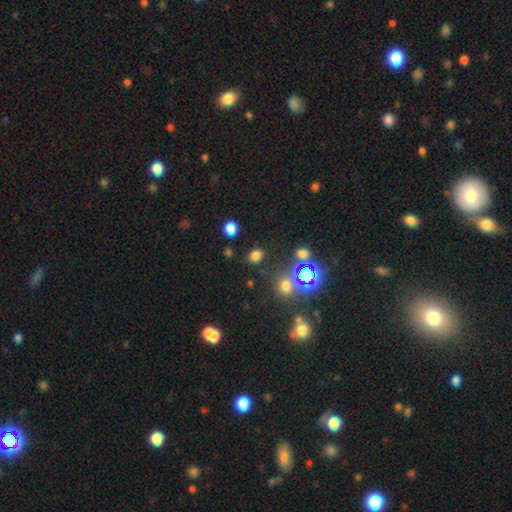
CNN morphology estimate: type=smooth (69%); roundness=in between (56%); merging=none (79%).